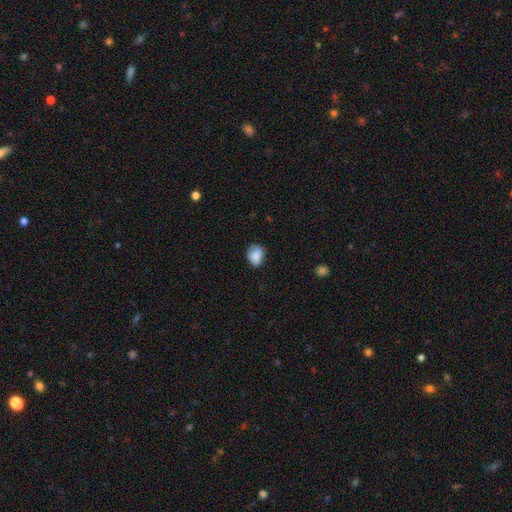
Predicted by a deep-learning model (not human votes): Smooth or featured? Predicted: smooth (p=0.84). How rounded? Predicted: in between (p=0.59). Merging? Predicted: none (p=0.65).